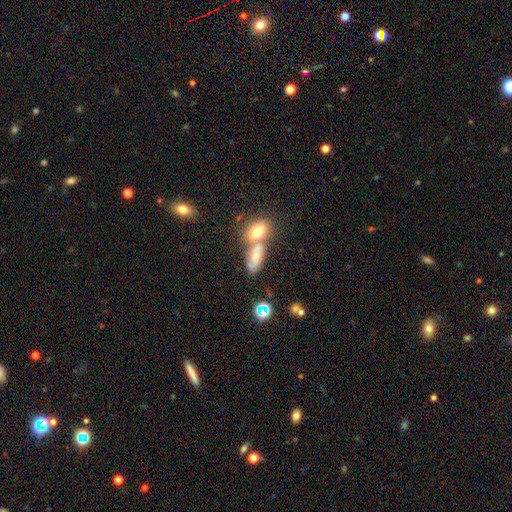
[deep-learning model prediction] Overall: smooth (58%; featured or disk 28%). How rounded: in between (79%). Merging: merger (47%; none 38%).